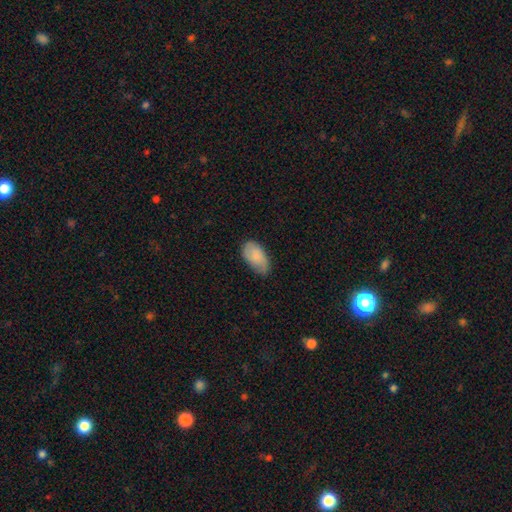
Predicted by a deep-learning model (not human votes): smooth_or_featured: smooth (p=0.83) [alt: featured or disk p=0.11]
how_rounded: in between (p=0.95) [alt: round p=0.03]
merging: none (p=0.60) [alt: minor disturbance p=0.32]